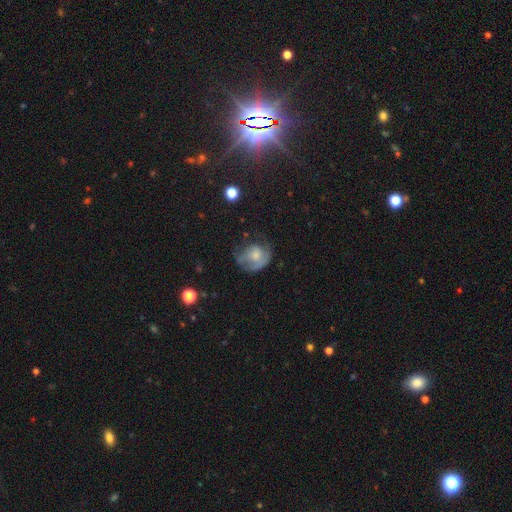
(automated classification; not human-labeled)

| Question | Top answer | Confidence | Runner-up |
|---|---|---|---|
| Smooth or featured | featured or disk | 47% | smooth (44%) |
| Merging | none | 42% | minor disturbance (28%) |